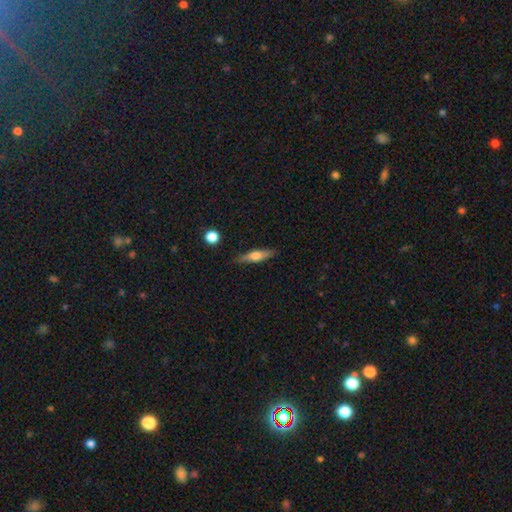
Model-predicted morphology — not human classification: Smooth or featured? Predicted: smooth (p=0.55). How rounded? Predicted: cigar-shaped (p=0.70). Merging? Predicted: none (p=0.84).